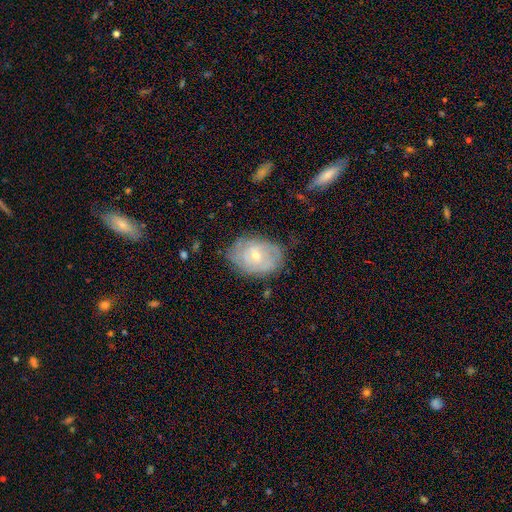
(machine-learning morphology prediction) type=featured or disk (69%); edge-on=no (96%); bar=no (67%); spiral arms=yes (83%); winding=tight (68%); arm count=can't tell (49%); bulge=small (56%); merging=none (73%).